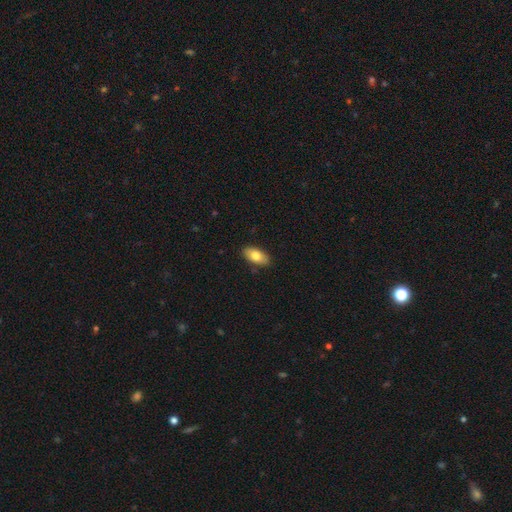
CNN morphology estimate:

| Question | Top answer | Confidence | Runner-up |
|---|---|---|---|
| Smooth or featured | smooth | 78% | featured or disk (16%) |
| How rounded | in between | 92% | cigar-shaped (5%) |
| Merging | none | 88% | minor disturbance (9%) |